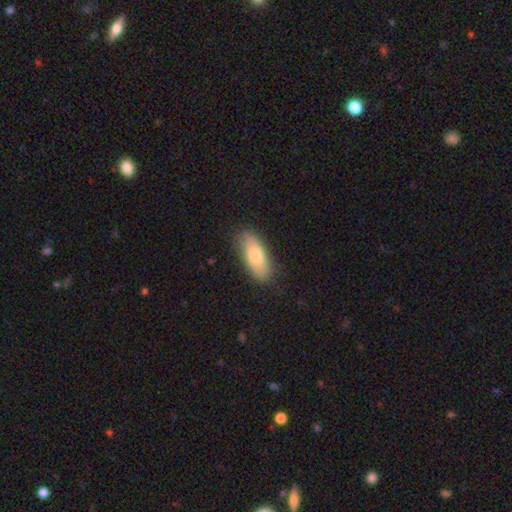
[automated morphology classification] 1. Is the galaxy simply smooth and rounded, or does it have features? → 73% smooth, 21% featured or disk, 6% star or artifact.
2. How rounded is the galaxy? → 75% in between, 23% cigar-shaped, 2% round.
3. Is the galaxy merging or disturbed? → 81% none, 15% minor disturbance, 3% major disturbance, 1% merger.